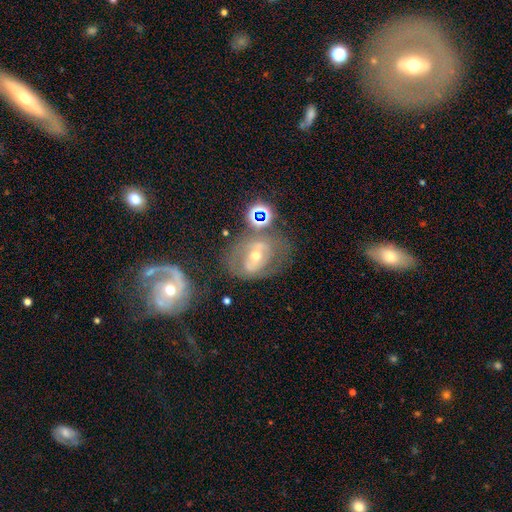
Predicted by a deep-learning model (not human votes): The model was most divided on "bar": strong: 37%, weak: 32%, no: 31%. More confident: edge-on disk — no (94%); smooth or featured — featured or disk (63%); bulge size — moderate (58%); spiral arms — no (56%); merging — none (54%).